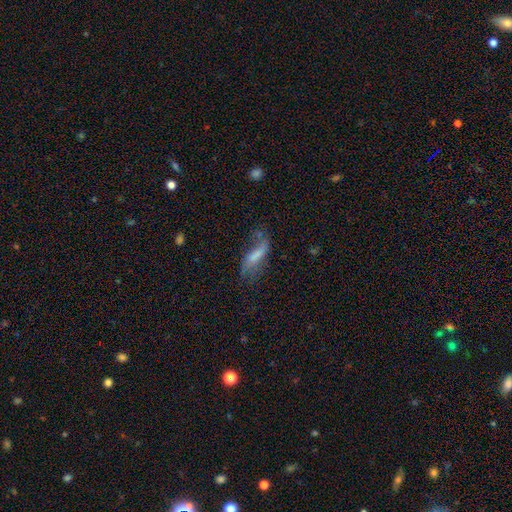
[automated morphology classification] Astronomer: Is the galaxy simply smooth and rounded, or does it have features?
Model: smooth — 52% (runner-up: featured or disk, 38%).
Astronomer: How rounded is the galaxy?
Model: in between — 53% (runner-up: cigar-shaped, 44%).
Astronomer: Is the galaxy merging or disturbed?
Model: none — 36% (runner-up: major disturbance, 29%).